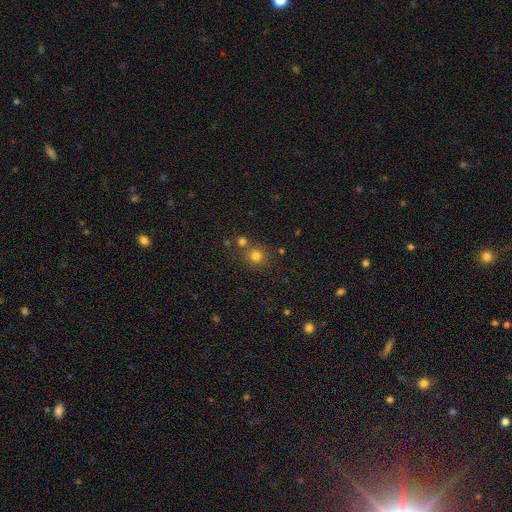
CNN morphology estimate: Smooth or featured?
  - smooth: 77% *
  - star or artifact: 16%
  - featured or disk: 6%
How rounded?
  - round: 91% *
  - in between: 8%
  - cigar-shaped: 1%
Merging?
  - none: 72% *
  - merger: 18%
  - minor disturbance: 8%
  - major disturbance: 3%